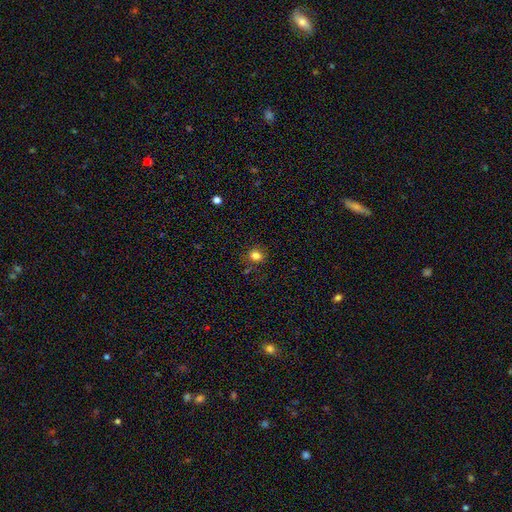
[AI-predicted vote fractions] Q: Smooth or featured?
A: smooth (80%); runner-up: star or artifact (13%)
Q: How rounded?
A: round (70%); runner-up: in between (29%)
Q: Merging?
A: none (79%); runner-up: minor disturbance (13%)